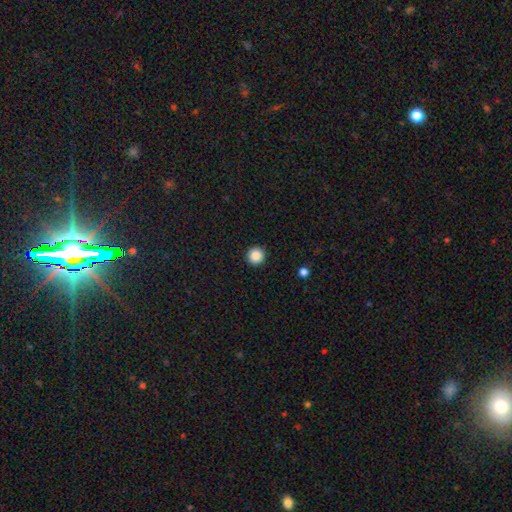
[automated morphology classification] Smooth or featured?
  - smooth: 87% *
  - star or artifact: 10%
  - featured or disk: 3%
How rounded?
  - round: 96% *
  - in between: 3%
  - cigar-shaped: 1%
Merging?
  - none: 93% *
  - minor disturbance: 4%
  - major disturbance: 2%
  - merger: 1%